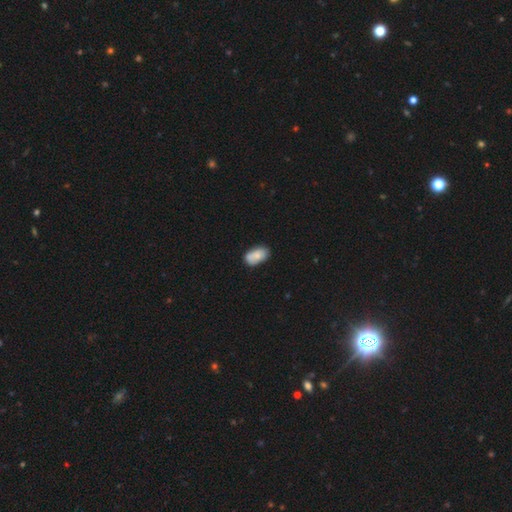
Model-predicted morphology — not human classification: type=smooth (77%); roundness=in between (93%); merging=none (69%).